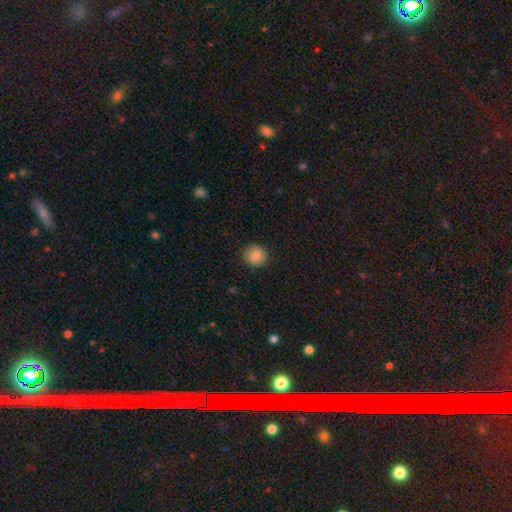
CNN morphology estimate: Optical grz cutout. It shows a smooth galaxy with no disk features (86%) that is round (92%). Merging: none (89%).